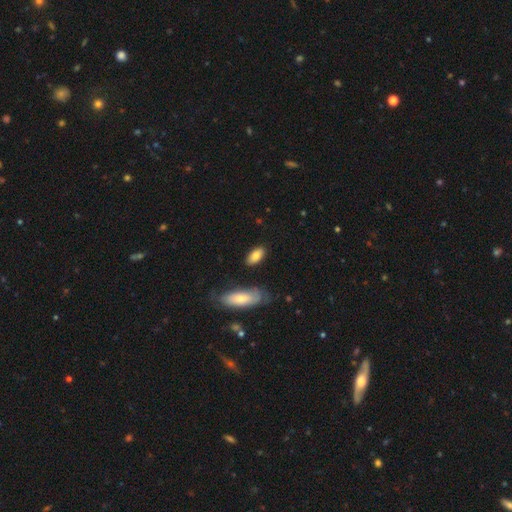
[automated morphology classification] A smooth galaxy with no disk features (81%) that is in between round and cigar-shaped (87%). Merging: none (81%).